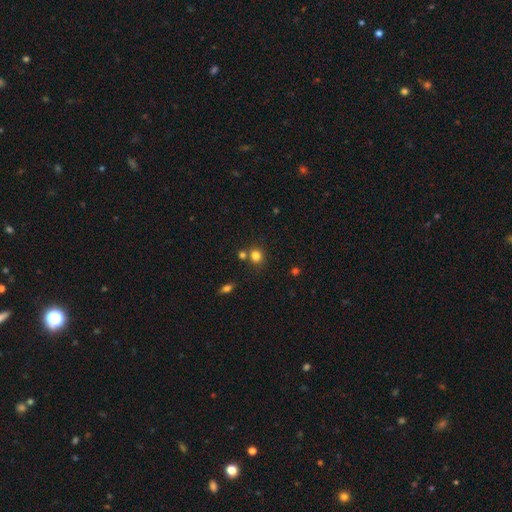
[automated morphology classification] This is clearly a smooth galaxy (81%). How rounded: clearly round (82%). Merging: likely none (68%).